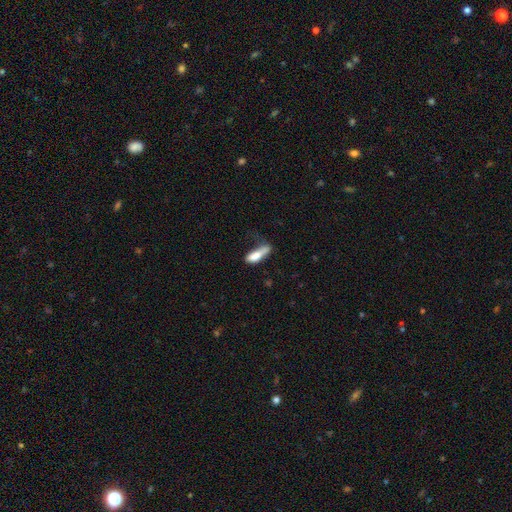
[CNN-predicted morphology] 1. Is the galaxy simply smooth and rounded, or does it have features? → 74% smooth, 18% featured or disk, 8% star or artifact.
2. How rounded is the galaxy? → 51% in between, 46% cigar-shaped, 3% round.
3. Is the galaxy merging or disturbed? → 31% major disturbance, 30% minor disturbance, 28% none, 11% merger.